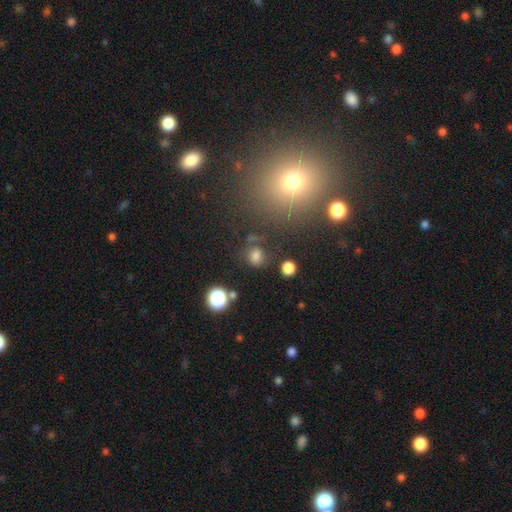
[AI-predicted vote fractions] Morphology: type=smooth (71%); roundness=round (59%); merging=none (66%).